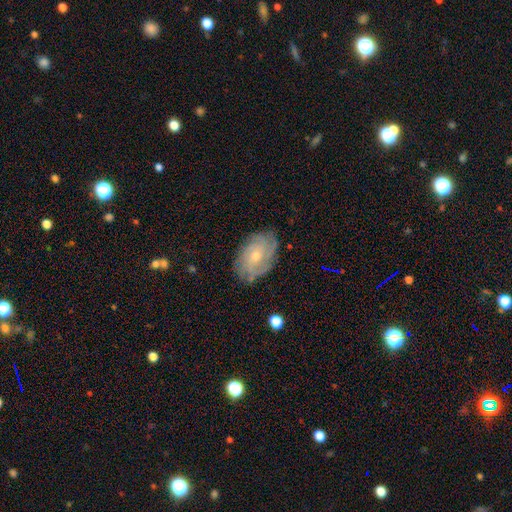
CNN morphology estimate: smooth_or_featured: featured or disk (p=0.73) [alt: smooth p=0.20]
disk_edge_on: no (p=0.96) [alt: yes p=0.04]
bar: no (p=0.72) [alt: weak p=0.24]
has_spiral_arms: yes (p=0.91) [alt: no p=0.09]
spiral_winding: tight (p=0.61) [alt: medium p=0.30]
spiral_arm_count: can't tell (p=0.47) [alt: 4 p=0.16]
bulge_size: small (p=0.56) [alt: moderate p=0.40]
merging: none (p=0.78) [alt: minor disturbance p=0.16]